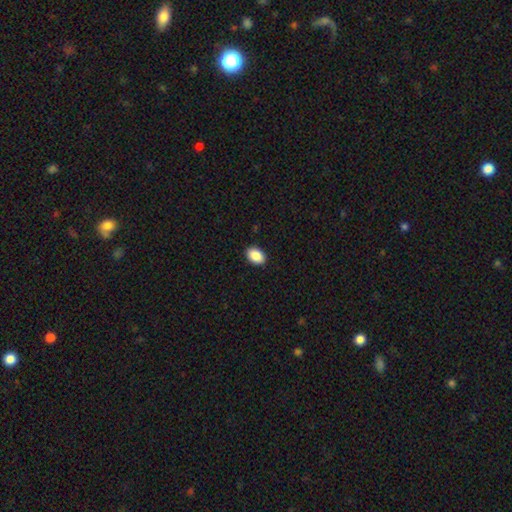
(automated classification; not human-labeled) A smooth galaxy with no disk features (89%) that is in between round and cigar-shaped (87%). Merging: none (90%).